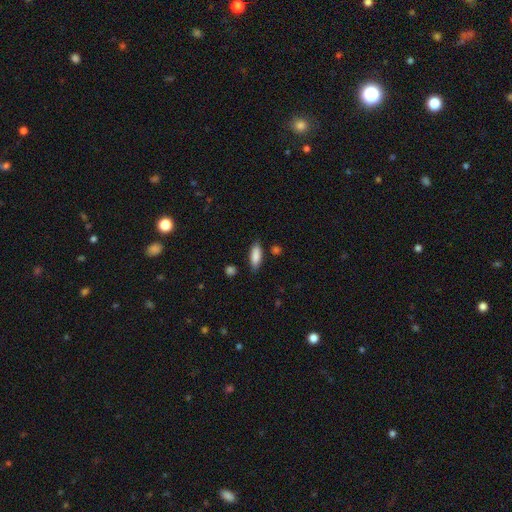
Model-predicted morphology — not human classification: smooth-or-featured: smooth: 86% | featured or disk: 8% | star or artifact: 6%
  how-rounded: in between: 66% | cigar-shaped: 32% | round: 2%
  merging: none: 82% | minor disturbance: 13% | major disturbance: 3% | merger: 2%